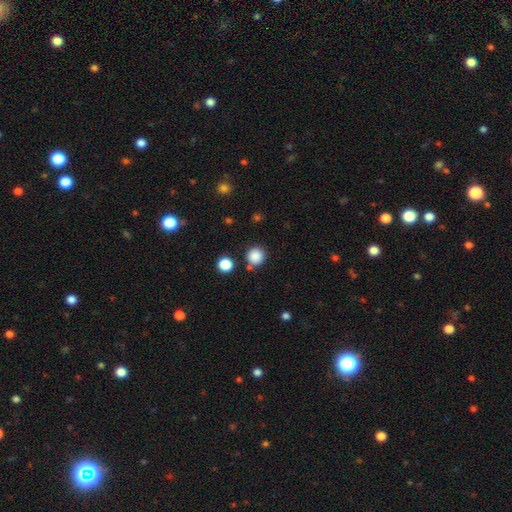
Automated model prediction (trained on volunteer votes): A smooth galaxy with no disk features (86%) that is round (92%). Merging: none (80%).